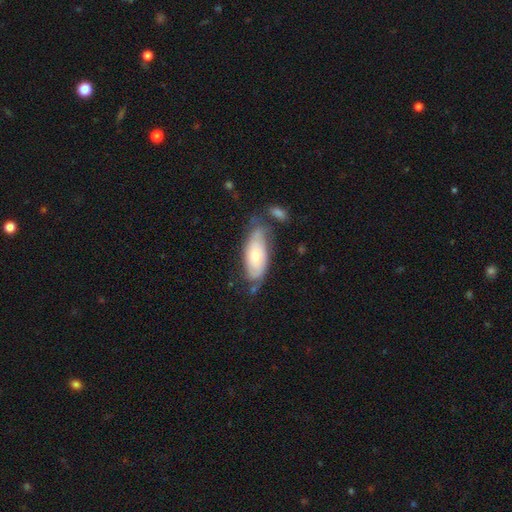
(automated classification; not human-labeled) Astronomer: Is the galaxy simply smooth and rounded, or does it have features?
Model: smooth — 52% (runner-up: featured or disk, 42%).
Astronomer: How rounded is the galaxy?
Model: in between — 83%.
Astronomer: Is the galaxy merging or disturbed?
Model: none — 50% (runner-up: minor disturbance, 30%).